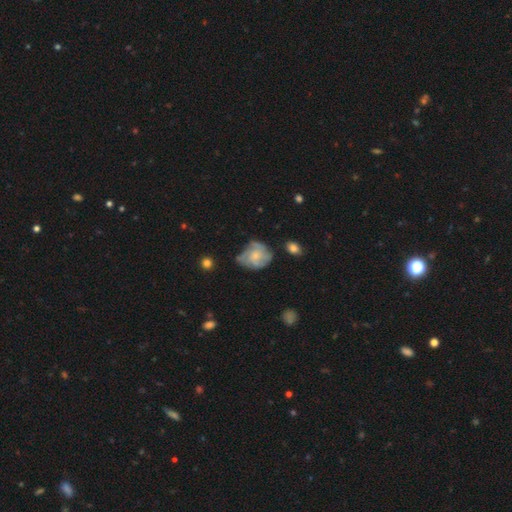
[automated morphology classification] Smooth or featured: featured or disk — 58% (smooth — 34%)
Edge-on disk: no — 97% (yes — 3%)
Bar: no — 78% (weak — 19%)
Spiral arms: yes — 72% (no — 28%)
Bulge size: small — 43% (moderate — 38%)
Merging: none — 49% (minor disturbance — 31%)